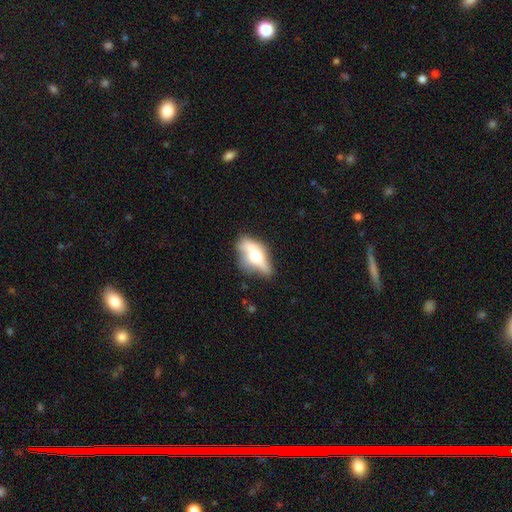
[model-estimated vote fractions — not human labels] A featured or disk galaxy (54%) viewed edge-on (70%). Merging: none (54%).